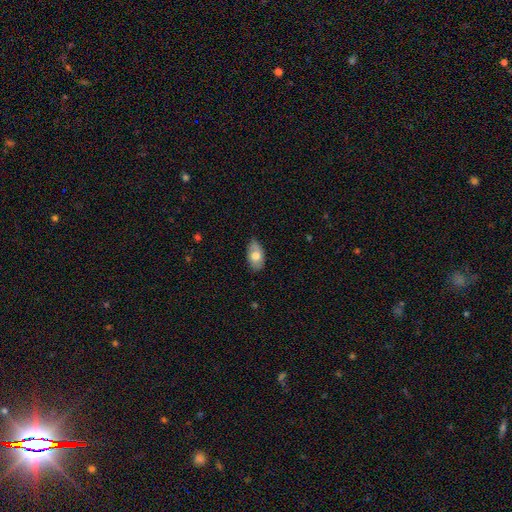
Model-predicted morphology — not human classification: A smooth galaxy with no disk features (69%) that is in between round and cigar-shaped (93%).

Vote fractions:
- Smooth or featured? smooth: 69% / featured or disk: 24% / star or artifact: 6%
- How rounded? in between: 93% / round: 5% / cigar-shaped: 2%
- Merging? none: 77% / minor disturbance: 19% / major disturbance: 3% / merger: 1%